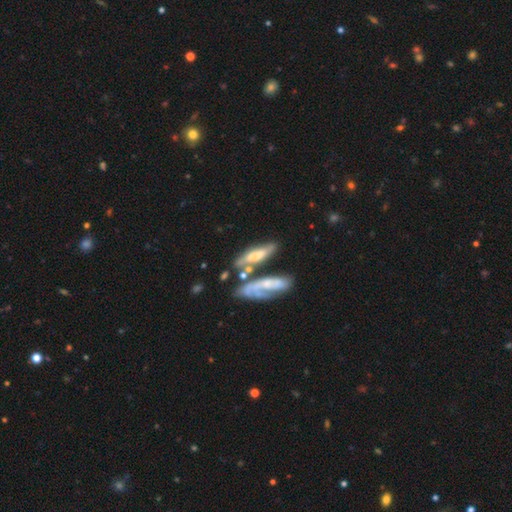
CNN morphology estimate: Smooth or featured: smooth — 49% (featured or disk — 45%)
Merging: none — 42% (merger — 31%)